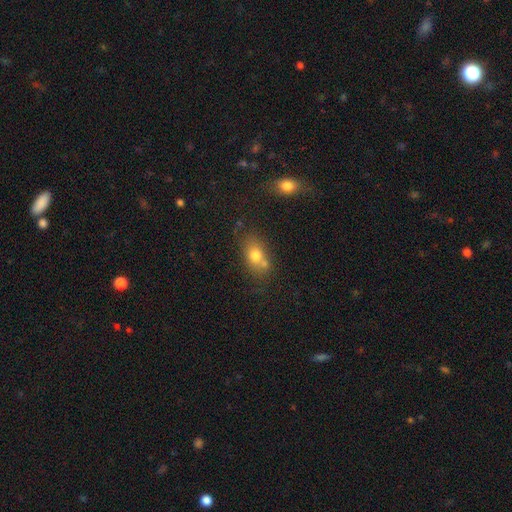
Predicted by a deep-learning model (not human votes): smooth_or_featured: smooth (p=0.73) [alt: featured or disk p=0.16]
how_rounded: in between (p=0.72) [alt: round p=0.25]
merging: none (p=0.50) [alt: merger p=0.28]